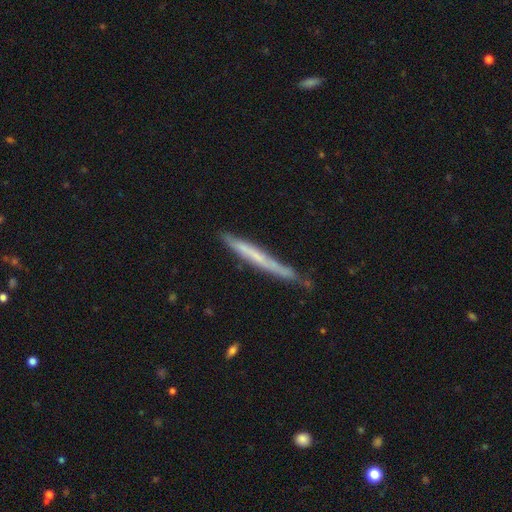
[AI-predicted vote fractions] A featured or disk galaxy (50%) viewed edge-on (91%). Merging: none (71%).